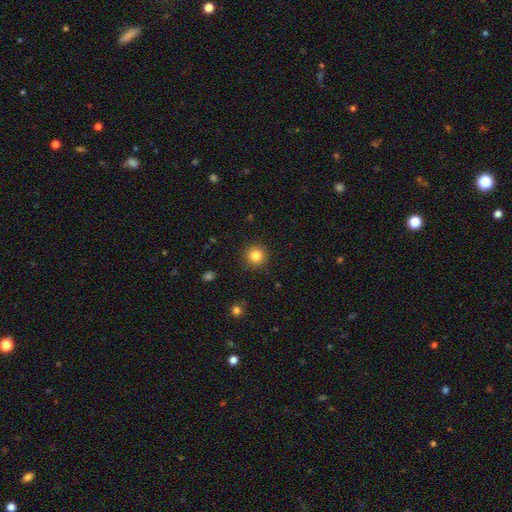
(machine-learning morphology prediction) type=smooth (83%); roundness=round (94%); merging=none (91%).